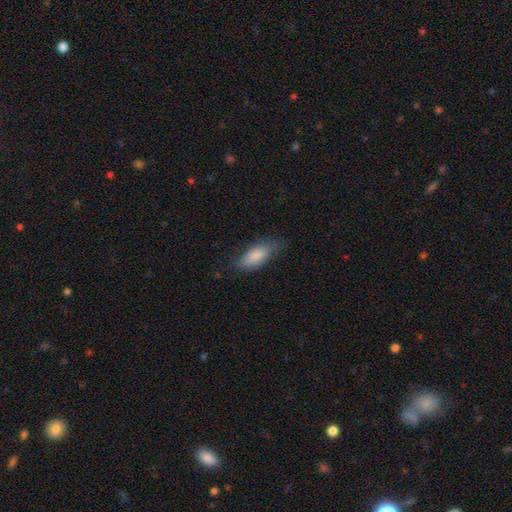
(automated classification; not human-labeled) Smooth or featured? smooth (84%)
How rounded? in between (83%)
Merging? none (66%)